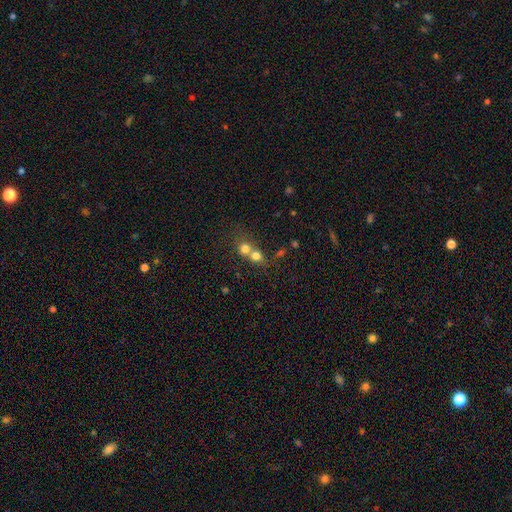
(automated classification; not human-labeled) A smooth galaxy with no disk features (72%) that is round (78%).

Vote fractions:
- Smooth or featured? smooth: 72% / featured or disk: 14% / star or artifact: 13%
- How rounded? round: 78% / in between: 21% / cigar-shaped: 1%
- Merging? merger: 65% / none: 27% / minor disturbance: 5% / major disturbance: 3%